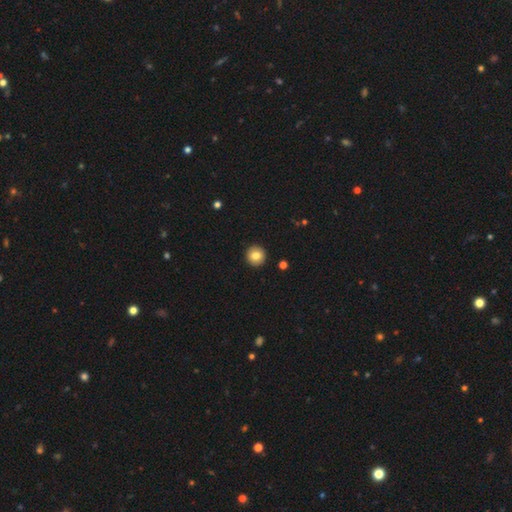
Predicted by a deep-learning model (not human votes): The model was most divided on "smooth or featured": smooth: 82%, star or artifact: 9%, featured or disk: 9%. More confident: how rounded — round (95%); merging — none (93%).